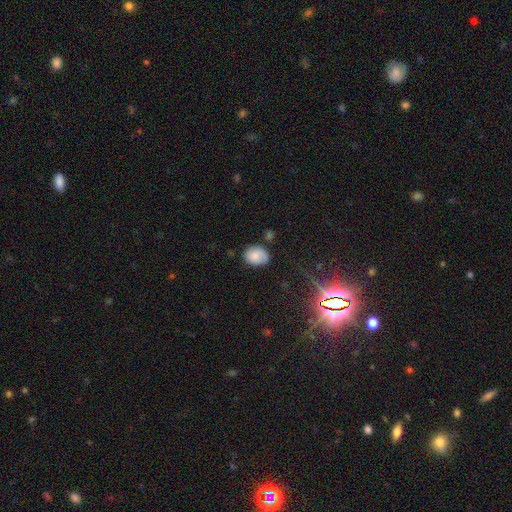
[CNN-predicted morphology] This is likely a smooth galaxy (77%). How rounded: possibly in between (55%). Merging: likely none (68%).